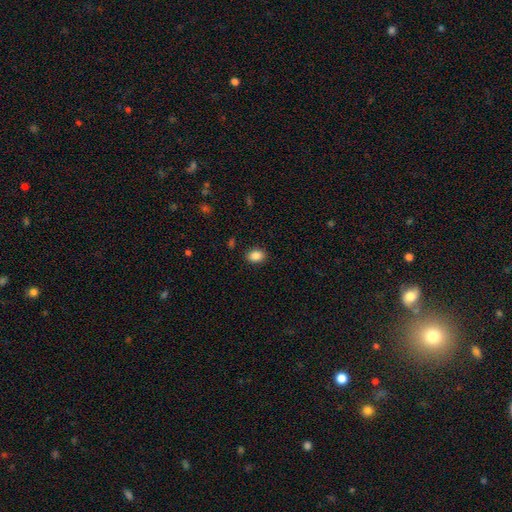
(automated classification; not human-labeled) Smooth or featured: smooth — 87% (star or artifact — 9%)
How rounded: in between — 70% (round — 29%)
Merging: none — 89% (minor disturbance — 7%)